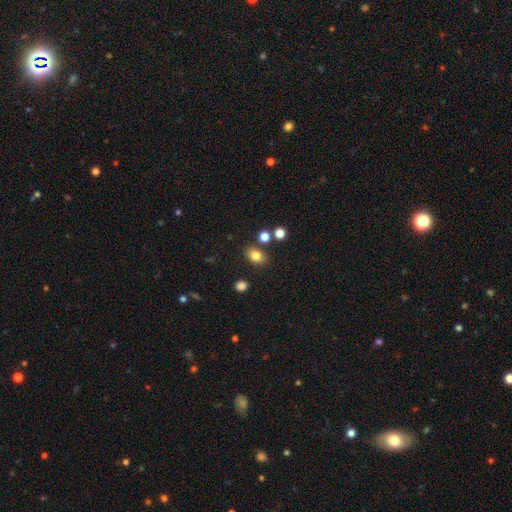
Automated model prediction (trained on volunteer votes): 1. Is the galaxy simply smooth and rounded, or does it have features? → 81% smooth, 12% star or artifact, 7% featured or disk.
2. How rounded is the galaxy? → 62% in between, 37% round, 1% cigar-shaped.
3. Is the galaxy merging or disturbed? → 79% none, 11% minor disturbance, 6% merger, 3% major disturbance.